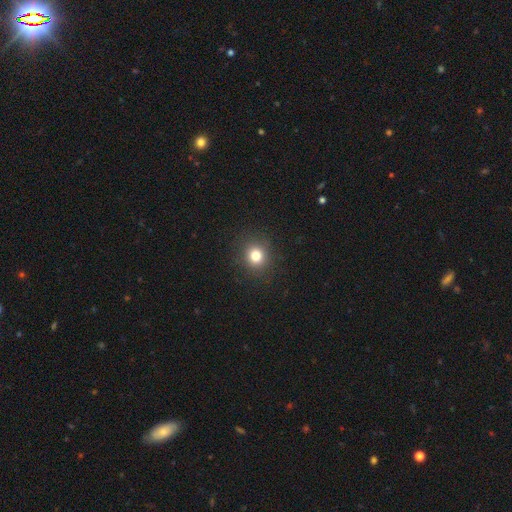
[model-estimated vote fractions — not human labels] A smooth galaxy with no disk features (80%) that is round (88%). Merging: none (91%).